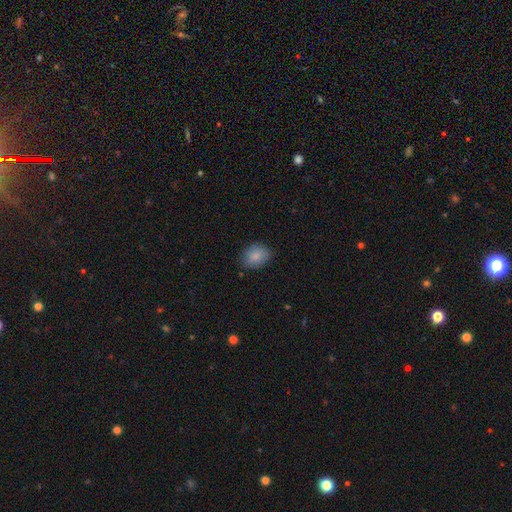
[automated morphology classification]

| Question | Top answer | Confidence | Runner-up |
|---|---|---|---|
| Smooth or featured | smooth | 86% | star or artifact (8%) |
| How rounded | in between | 62% | round (37%) |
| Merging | none | 81% | minor disturbance (14%) |